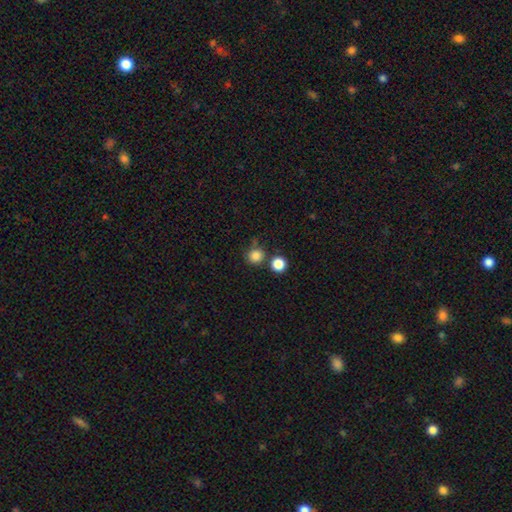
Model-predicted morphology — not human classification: A smooth galaxy with no disk features (83%) that is round (91%).

Vote fractions:
- Smooth or featured? smooth: 83% / star or artifact: 12% / featured or disk: 4%
- How rounded? round: 91% / in between: 8% / cigar-shaped: 1%
- Merging? none: 72% / merger: 15% / minor disturbance: 10% / major disturbance: 3%